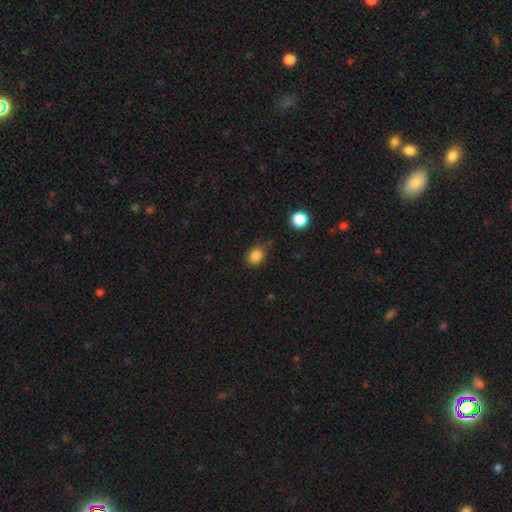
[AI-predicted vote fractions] Smooth or featured?
  - smooth: 84% *
  - star or artifact: 11%
  - featured or disk: 5%
How rounded?
  - in between: 51% *
  - round: 48%
  - cigar-shaped: 1%
Merging?
  - none: 75% *
  - minor disturbance: 18%
  - major disturbance: 4%
  - merger: 3%